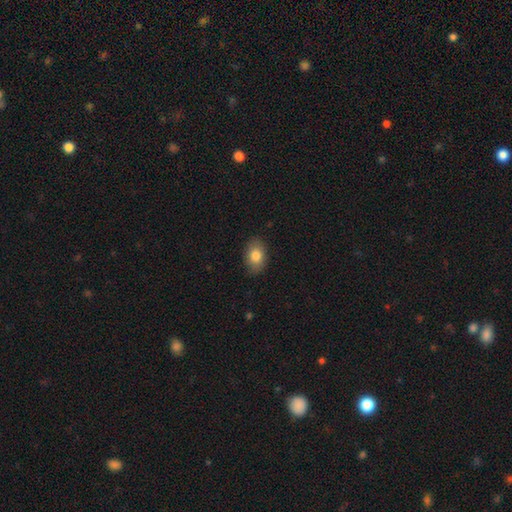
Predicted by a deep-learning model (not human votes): This appears to be a smooth galaxy with no disk features (82%) that is in between round and cigar-shaped (83%). Merging: none (87%).